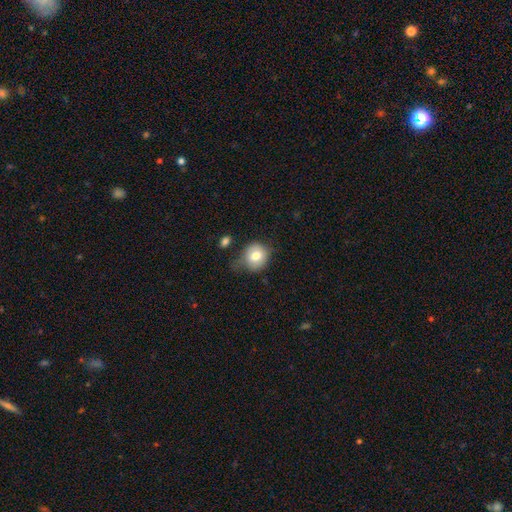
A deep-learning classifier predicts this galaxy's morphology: A smooth galaxy with no disk features (77%) that is round (80%).

Vote fractions:
- Smooth or featured? smooth: 77% / featured or disk: 14% / star or artifact: 9%
- How rounded? round: 80% / in between: 19% / cigar-shaped: 1%
- Merging? none: 59% / minor disturbance: 27% / major disturbance: 9% / merger: 4%